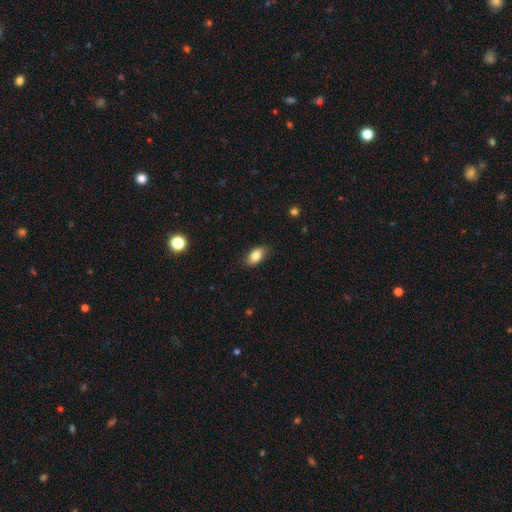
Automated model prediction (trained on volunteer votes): A smooth galaxy with no disk features (83%) that is in between round and cigar-shaped (91%).

Vote fractions:
- Smooth or featured? smooth: 83% / featured or disk: 10% / star or artifact: 8%
- How rounded? in between: 91% / round: 7% / cigar-shaped: 3%
- Merging? none: 82% / minor disturbance: 14% / major disturbance: 3% / merger: 1%